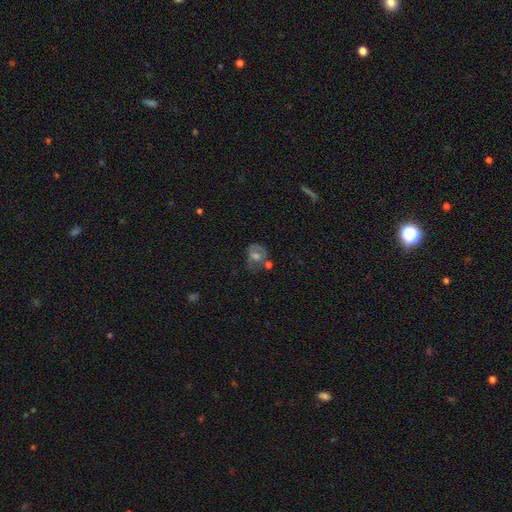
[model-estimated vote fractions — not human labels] Morphology: type=featured or disk (48%); merging=none (44%).